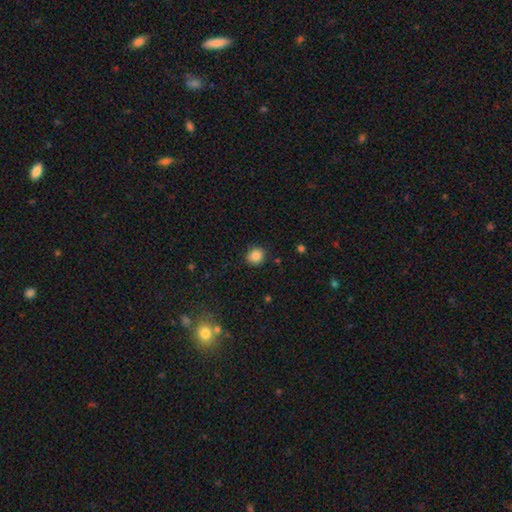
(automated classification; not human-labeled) smooth_or_featured: smooth (p=0.86) [alt: star or artifact p=0.10]
how_rounded: round (p=0.85) [alt: in between p=0.14]
merging: none (p=0.89) [alt: minor disturbance p=0.08]